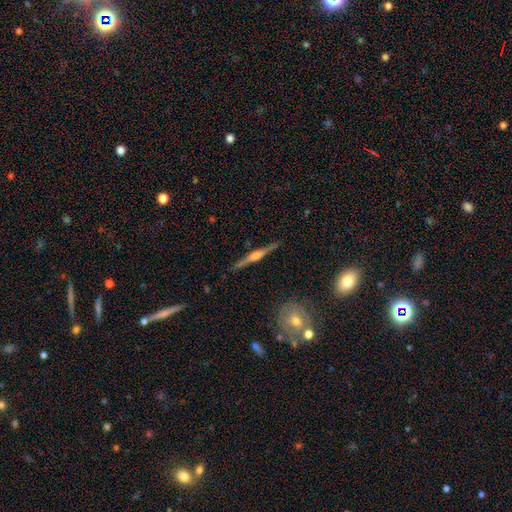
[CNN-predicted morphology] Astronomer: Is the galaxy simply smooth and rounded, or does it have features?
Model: featured or disk — 80%.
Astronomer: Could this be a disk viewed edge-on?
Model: yes — 98%.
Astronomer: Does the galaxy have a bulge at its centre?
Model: rounded — 79%.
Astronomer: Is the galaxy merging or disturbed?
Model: none — 90%.